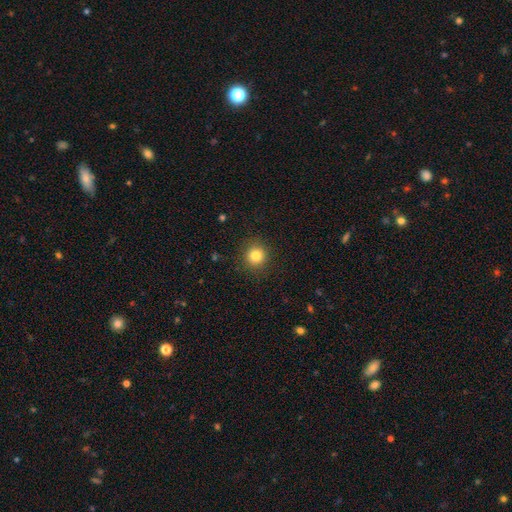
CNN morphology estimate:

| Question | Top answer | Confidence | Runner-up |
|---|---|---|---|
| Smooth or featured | smooth | 82% | star or artifact (12%) |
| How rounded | round | 92% | in between (7%) |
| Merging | none | 90% | minor disturbance (7%) |